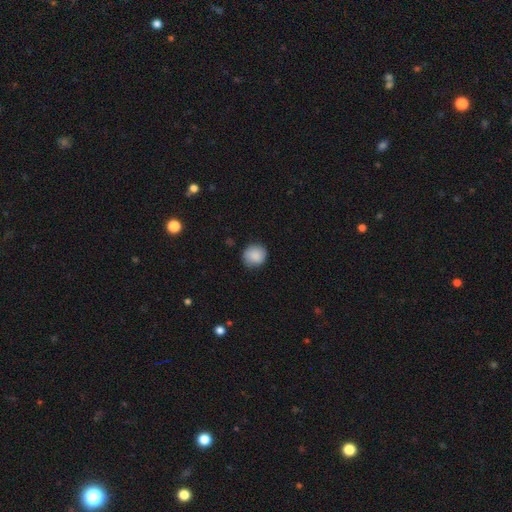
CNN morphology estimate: Smooth or featured? Predicted: smooth (p=0.88). How rounded? Predicted: round (p=0.87). Merging? Predicted: none (p=0.84).